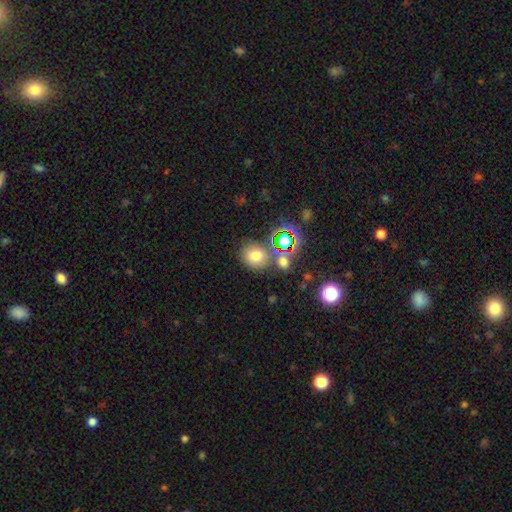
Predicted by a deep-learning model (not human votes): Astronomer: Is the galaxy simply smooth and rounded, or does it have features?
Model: smooth — 67%.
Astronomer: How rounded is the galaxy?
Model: round — 71%.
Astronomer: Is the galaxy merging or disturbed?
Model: none — 68%.